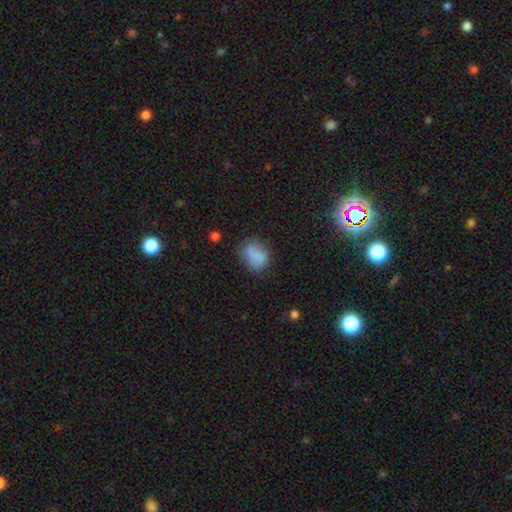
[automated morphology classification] This appears to be a smooth galaxy with no disk features (78%) that is in between round and cigar-shaped (64%). Merging: none (56%).